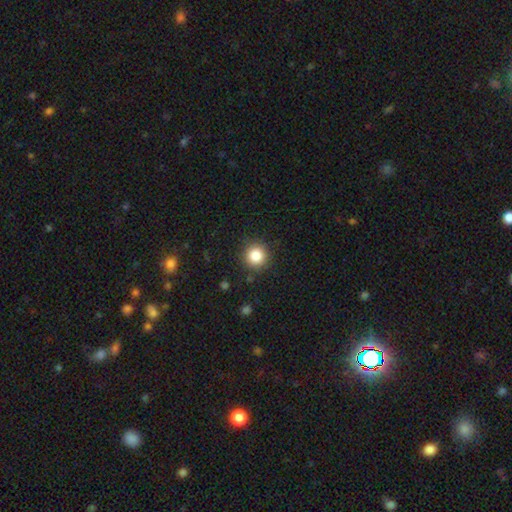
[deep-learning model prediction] Smooth or featured? smooth (84%)
How rounded? round (94%)
Merging? none (89%)